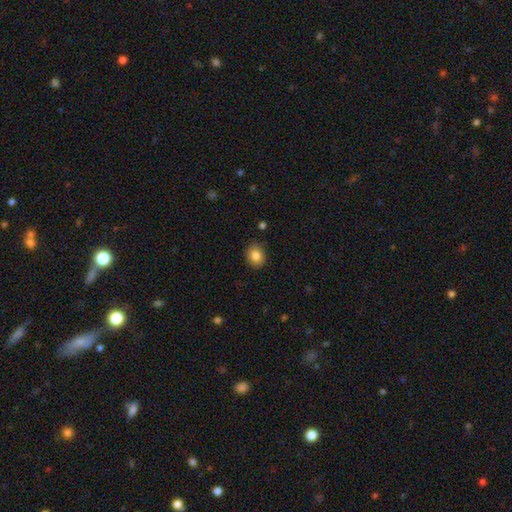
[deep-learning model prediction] Smooth or featured?
  - smooth: 84% *
  - star or artifact: 9%
  - featured or disk: 6%
How rounded?
  - round: 61% *
  - in between: 39%
  - cigar-shaped: 1%
Merging?
  - none: 87% *
  - minor disturbance: 10%
  - major disturbance: 2%
  - merger: 1%